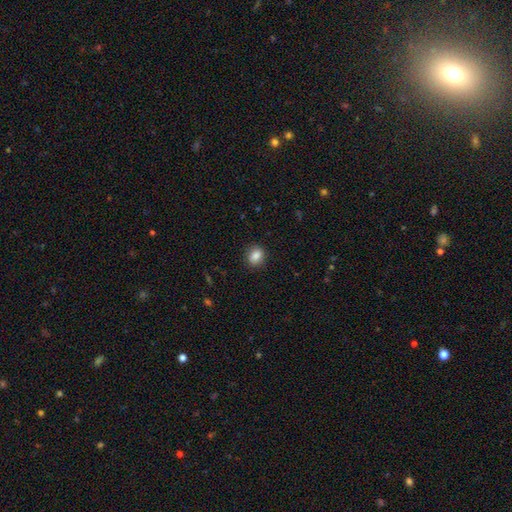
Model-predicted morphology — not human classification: type=smooth (87%); roundness=in between (51%); merging=none (88%).